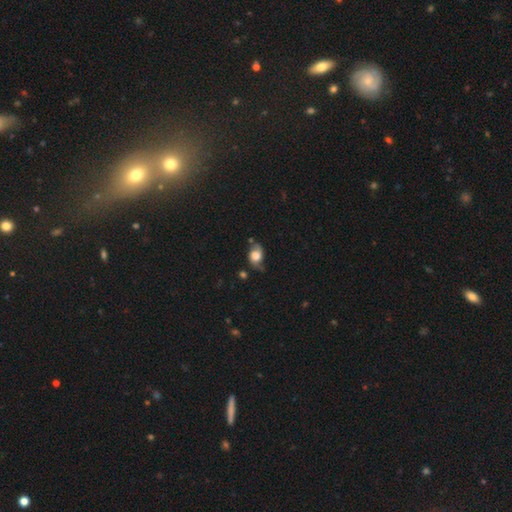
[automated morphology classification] type=smooth (52%); roundness=in between (66%); merging=none (49%).